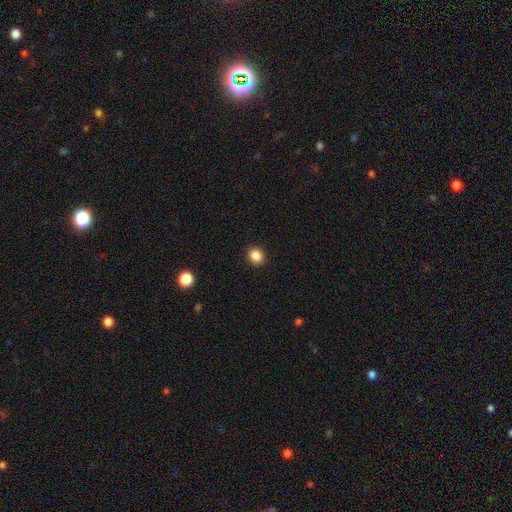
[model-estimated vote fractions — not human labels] smooth 87%, star or artifact 10%, featured or disk 3%. Down the decision tree: how rounded — round (74%); merging — none (92%).